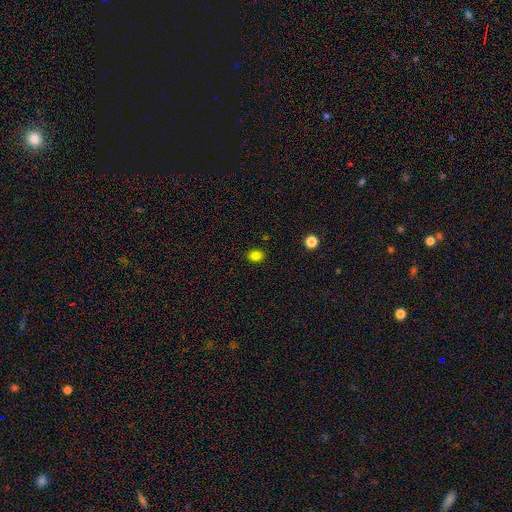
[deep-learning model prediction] A smooth galaxy with no disk features (83%) that is in between round and cigar-shaped (59%).

Vote fractions:
- Smooth or featured? smooth: 83% / star or artifact: 13% / featured or disk: 5%
- How rounded? in between: 59% / round: 40% / cigar-shaped: 1%
- Merging? none: 89% / minor disturbance: 8% / major disturbance: 2% / merger: 1%